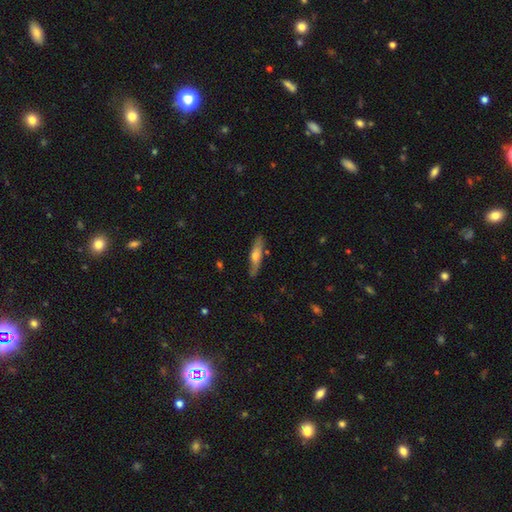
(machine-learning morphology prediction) Smooth or featured? Predicted: smooth (p=0.51). How rounded? Predicted: cigar-shaped (p=0.77). Merging? Predicted: none (p=0.80).